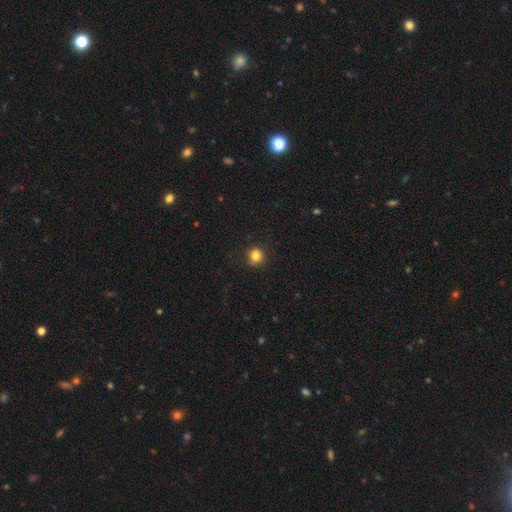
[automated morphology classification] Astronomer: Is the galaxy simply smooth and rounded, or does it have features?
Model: smooth — 83%.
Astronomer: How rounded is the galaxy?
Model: round — 88%.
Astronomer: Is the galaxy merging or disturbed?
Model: none — 88%.